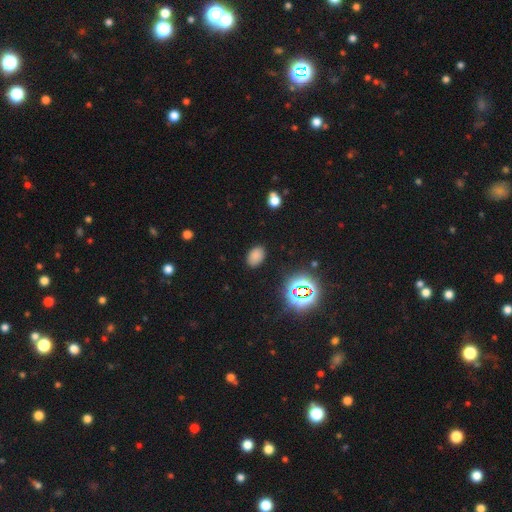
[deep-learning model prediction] Q: Smooth or featured?
A: smooth (76%); runner-up: star or artifact (19%)
Q: How rounded?
A: in between (86%); runner-up: round (13%)
Q: Merging?
A: none (86%); runner-up: minor disturbance (9%)